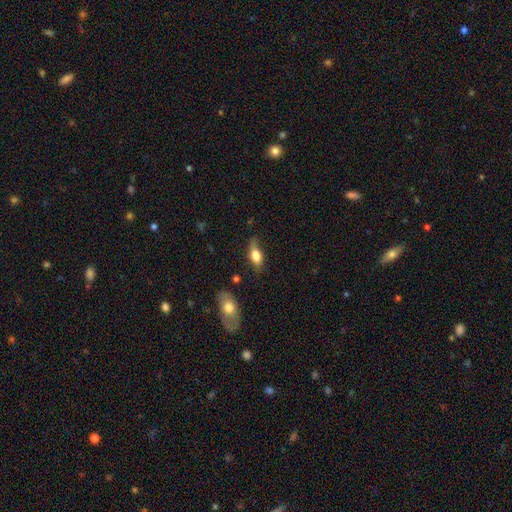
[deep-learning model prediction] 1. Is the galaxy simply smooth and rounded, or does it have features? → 69% smooth, 24% featured or disk, 7% star or artifact.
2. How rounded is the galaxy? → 77% in between, 17% cigar-shaped, 6% round.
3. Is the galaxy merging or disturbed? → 63% none, 26% minor disturbance, 7% major disturbance, 3% merger.